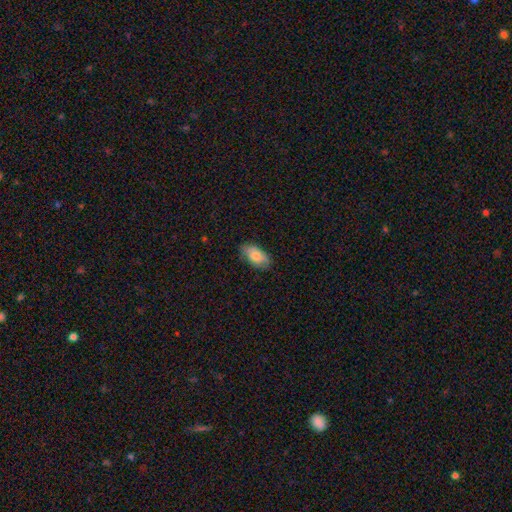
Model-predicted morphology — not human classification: Q: Smooth or featured?
A: smooth (79%); runner-up: featured or disk (15%)
Q: How rounded?
A: in between (93%); runner-up: cigar-shaped (4%)
Q: Merging?
A: none (79%); runner-up: minor disturbance (17%)